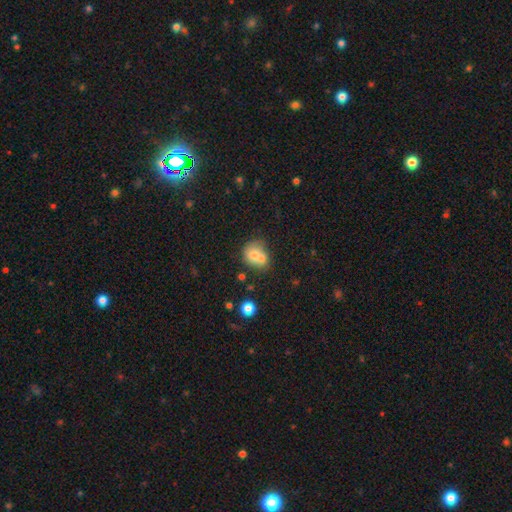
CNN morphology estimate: This is likely a smooth galaxy (70%). How rounded: likely round (67%). Merging: possibly merger (56%).